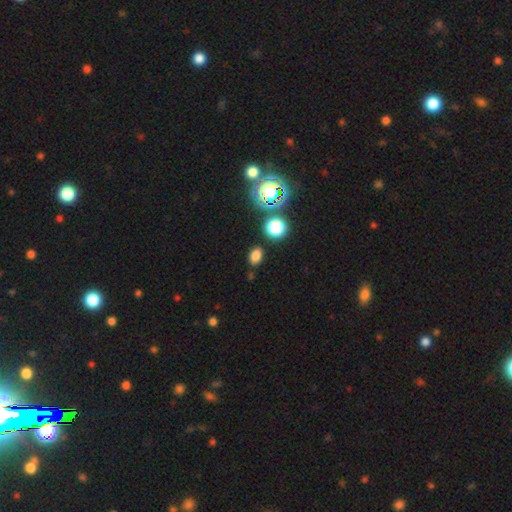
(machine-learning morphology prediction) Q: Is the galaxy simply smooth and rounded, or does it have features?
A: smooth — 73%.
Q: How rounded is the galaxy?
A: in between — 75%.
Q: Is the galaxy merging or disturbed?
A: none — 84%.